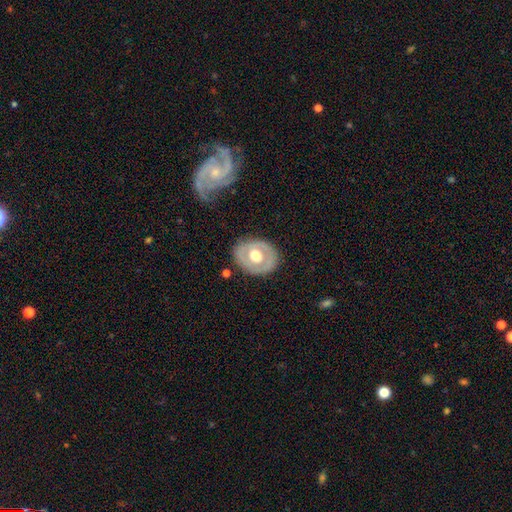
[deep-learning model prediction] The model was most divided on "smooth or featured": featured or disk: 53%, smooth: 42%, star or artifact: 5%. More confident: edge-on disk — no (93%); merging — none (83%).